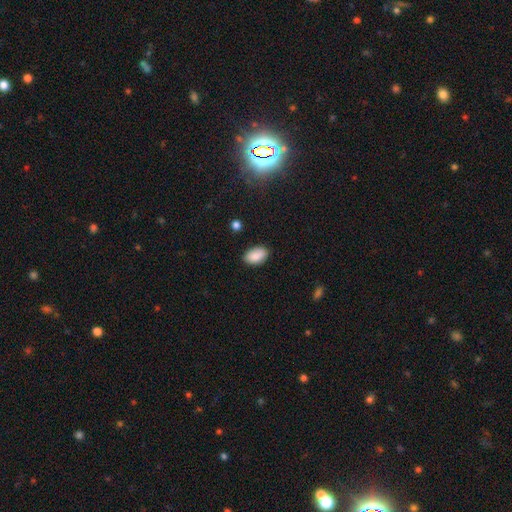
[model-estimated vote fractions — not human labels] smooth 89%, star or artifact 7%, featured or disk 4%. Down the decision tree: how rounded — in between (92%); merging — none (85%).